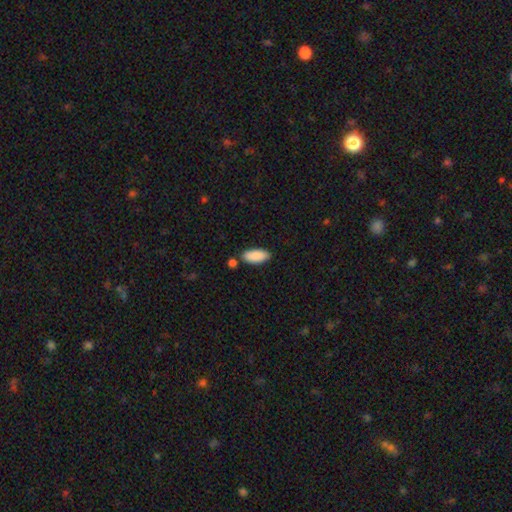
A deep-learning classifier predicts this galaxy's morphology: Smooth or featured? smooth (89%)
How rounded? in between (88%)
Merging? none (79%)